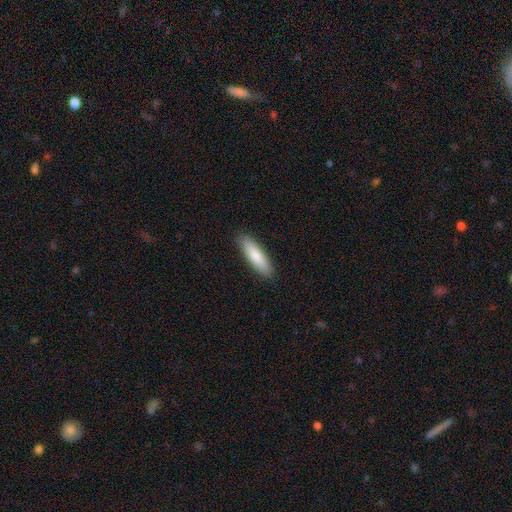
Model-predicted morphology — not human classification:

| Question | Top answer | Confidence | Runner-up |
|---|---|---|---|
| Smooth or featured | smooth | 81% | featured or disk (13%) |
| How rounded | cigar-shaped | 60% | in between (39%) |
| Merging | none | 89% | minor disturbance (8%) |